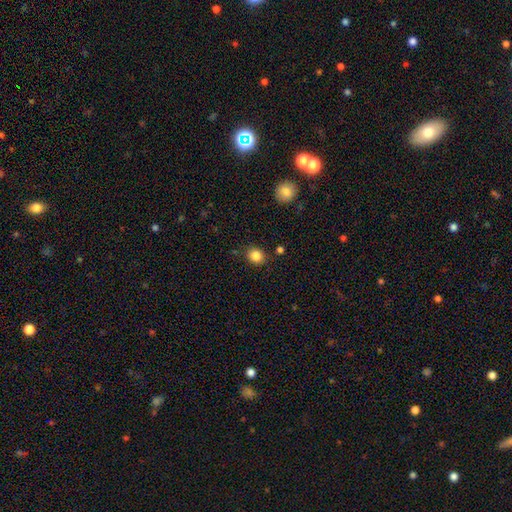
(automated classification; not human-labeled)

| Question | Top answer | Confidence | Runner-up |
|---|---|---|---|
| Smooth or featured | smooth | 85% | star or artifact (10%) |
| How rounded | round | 67% | in between (32%) |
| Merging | none | 84% | minor disturbance (10%) |